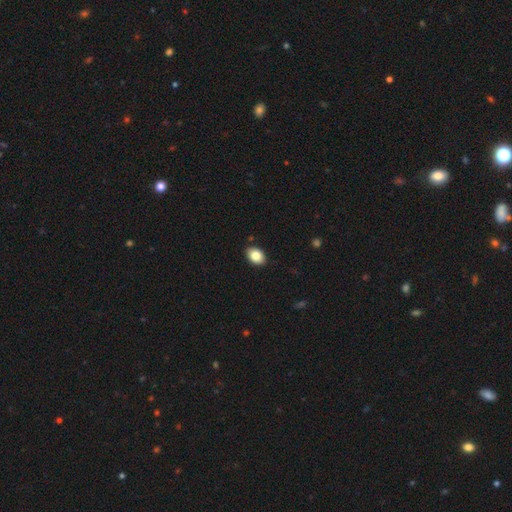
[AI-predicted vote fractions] Smooth or featured: smooth — 85% (star or artifact — 8%)
How rounded: in between — 79% (round — 20%)
Merging: none — 88% (minor disturbance — 9%)